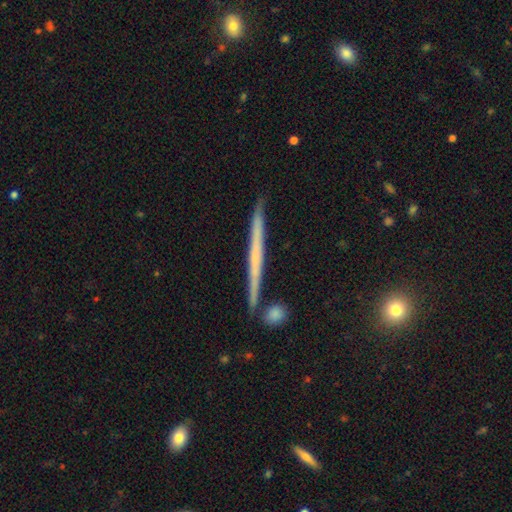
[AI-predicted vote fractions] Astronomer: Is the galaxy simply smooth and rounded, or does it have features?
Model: featured or disk — 59% (runner-up: smooth, 35%).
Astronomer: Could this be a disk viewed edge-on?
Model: yes — 97%.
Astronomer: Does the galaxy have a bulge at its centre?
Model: none — 85%.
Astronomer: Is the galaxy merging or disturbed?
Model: none — 88%.